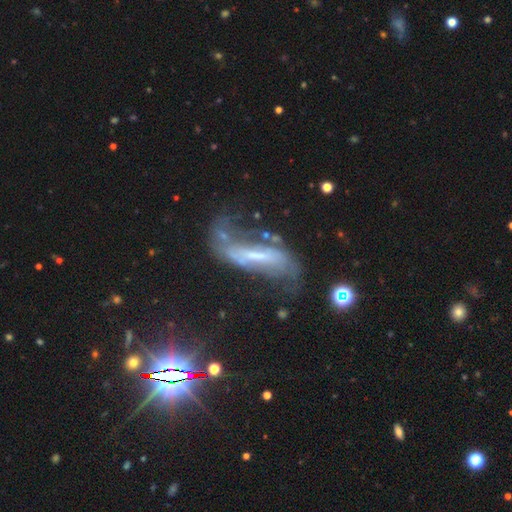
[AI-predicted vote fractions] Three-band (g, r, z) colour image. It shows a featured or disk galaxy (73%) with a strong bar (53%), spiral arms (79%) and a small central bulge (46%). Merging: none (41%).